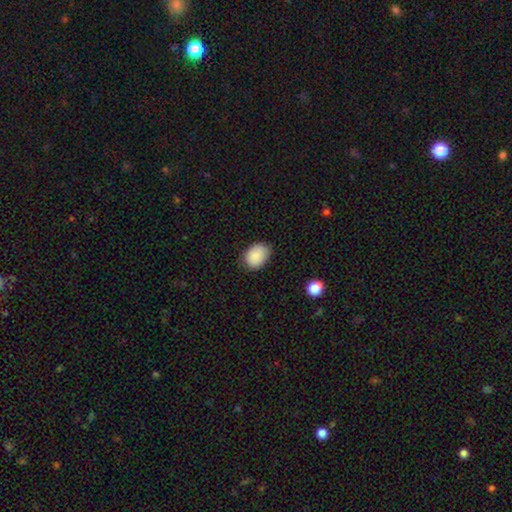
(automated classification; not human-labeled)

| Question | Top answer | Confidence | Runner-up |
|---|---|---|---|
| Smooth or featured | smooth | 88% | star or artifact (7%) |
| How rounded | in between | 74% | round (26%) |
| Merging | none | 77% | minor disturbance (19%) |